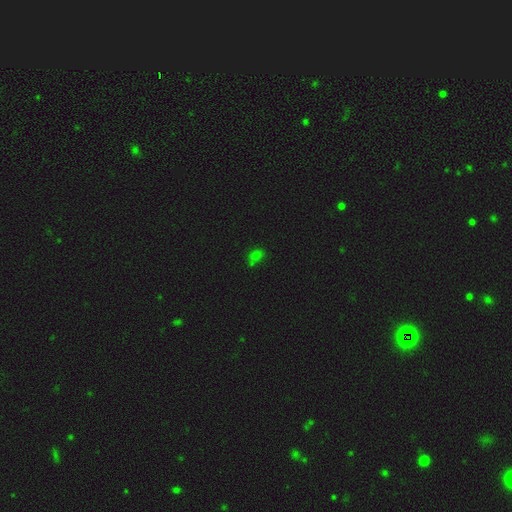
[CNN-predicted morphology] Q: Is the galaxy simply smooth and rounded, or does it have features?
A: smooth — 60%.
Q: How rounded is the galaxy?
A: in between — 57%.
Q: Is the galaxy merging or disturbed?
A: none — 60%.